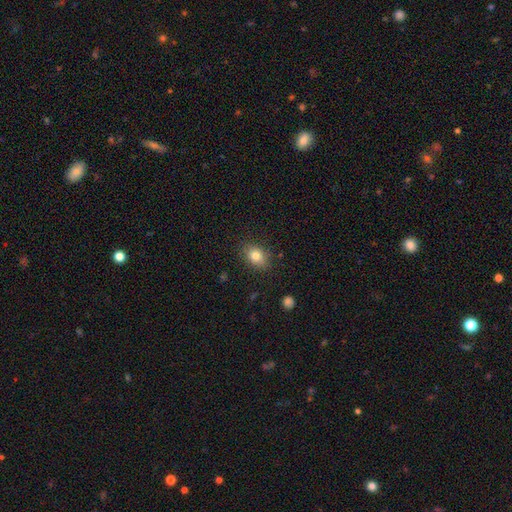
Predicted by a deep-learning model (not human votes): Morphology: type=smooth (80%); roundness=in between (69%); merging=none (84%).